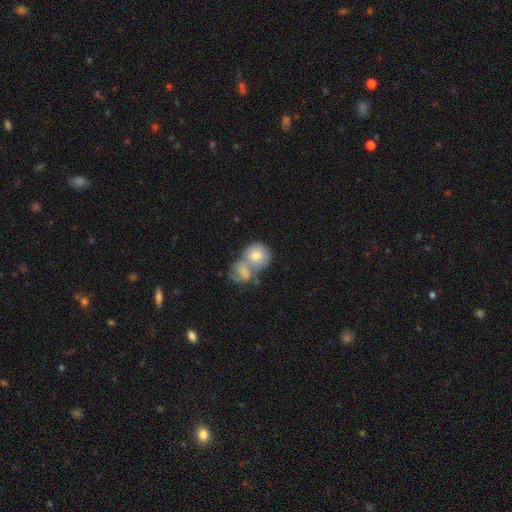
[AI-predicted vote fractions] Smooth or featured?
  - smooth: 67% *
  - featured or disk: 25%
  - star or artifact: 8%
How rounded?
  - round: 74% *
  - in between: 24%
  - cigar-shaped: 1%
Merging?
  - merger: 64% *
  - none: 23%
  - minor disturbance: 8%
  - major disturbance: 5%